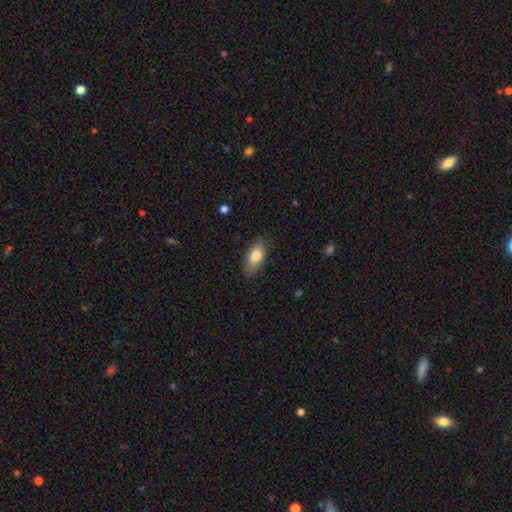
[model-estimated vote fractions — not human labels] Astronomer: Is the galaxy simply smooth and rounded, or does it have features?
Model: smooth — 79%.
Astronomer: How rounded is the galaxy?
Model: in between — 85%.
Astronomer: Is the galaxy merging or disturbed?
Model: none — 82%.